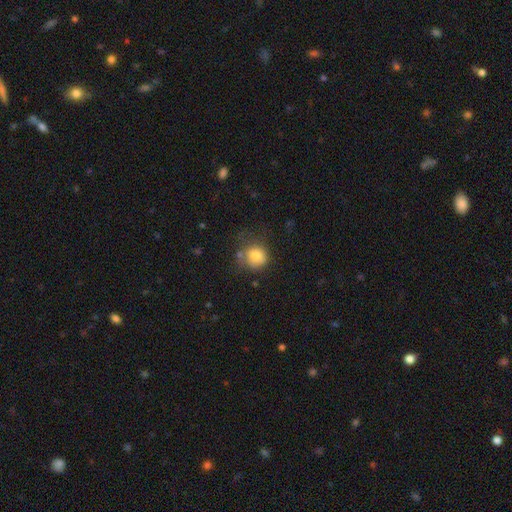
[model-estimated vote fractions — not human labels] smooth-or-featured: smooth: 79% | featured or disk: 11% | star or artifact: 10%
  how-rounded: round: 82% | in between: 17% | cigar-shaped: 1%
  merging: none: 58% | minor disturbance: 24% | major disturbance: 10% | merger: 8%